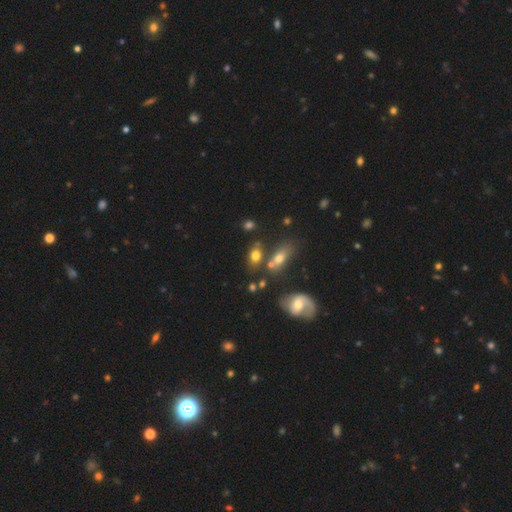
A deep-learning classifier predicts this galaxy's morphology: Smooth or featured?
  - smooth: 72% *
  - featured or disk: 16%
  - star or artifact: 12%
How rounded?
  - in between: 74% *
  - round: 22%
  - cigar-shaped: 4%
Merging?
  - none: 55% *
  - merger: 25%
  - minor disturbance: 15%
  - major disturbance: 6%